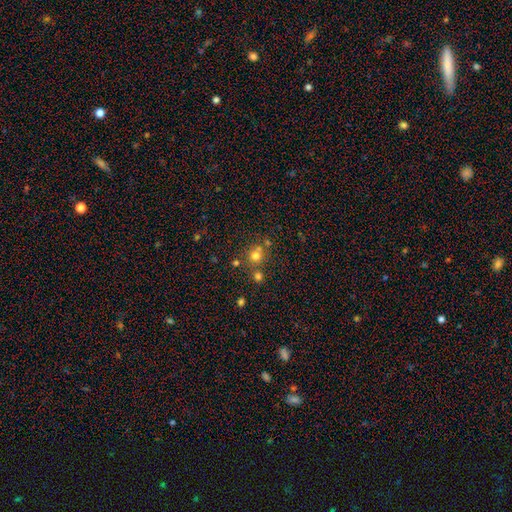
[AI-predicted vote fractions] The model was most divided on "merging": none: 62%, merger: 26%, minor disturbance: 8%, major disturbance: 4%. More confident: how rounded — round (89%); smooth or featured — smooth (70%).